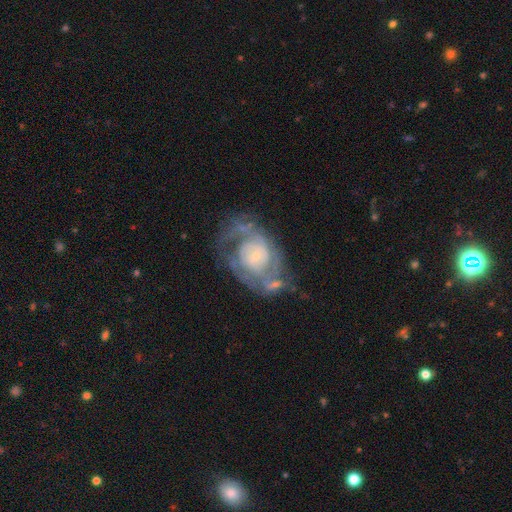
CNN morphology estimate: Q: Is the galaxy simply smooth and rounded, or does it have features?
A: featured or disk — 84%.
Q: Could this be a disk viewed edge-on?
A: no — 97%.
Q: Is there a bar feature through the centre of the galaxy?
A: no — 72%.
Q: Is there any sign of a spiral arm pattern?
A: yes — 89%.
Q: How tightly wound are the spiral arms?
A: tight — 51%.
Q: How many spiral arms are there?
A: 2 — 44%.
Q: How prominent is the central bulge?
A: small — 75%.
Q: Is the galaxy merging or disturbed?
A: none — 50%.